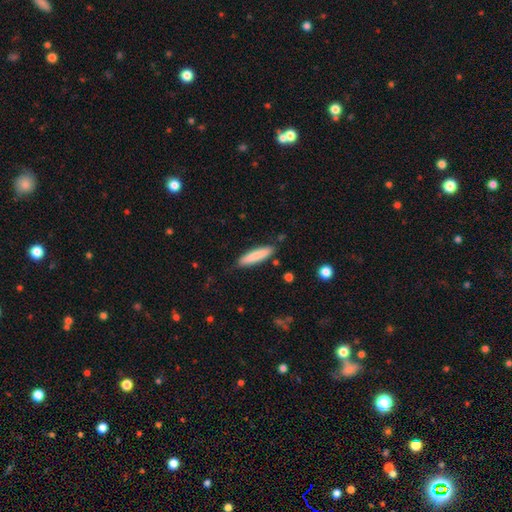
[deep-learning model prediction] Smooth or featured: smooth — 83% (featured or disk — 11%)
How rounded: cigar-shaped — 80% (in between — 18%)
Merging: none — 86% (minor disturbance — 10%)